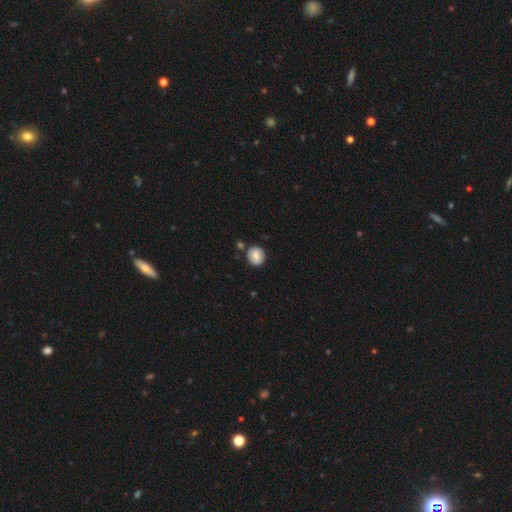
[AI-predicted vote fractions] This is likely a smooth galaxy (78%). How rounded: clearly round (85%). Merging: clearly none (81%).